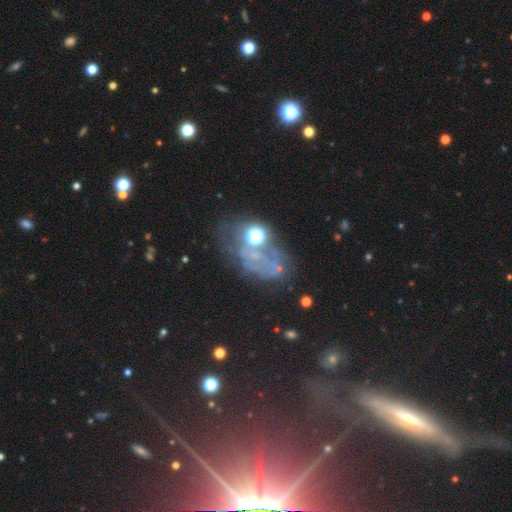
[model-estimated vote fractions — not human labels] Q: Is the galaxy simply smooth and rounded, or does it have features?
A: star or artifact — 42%.